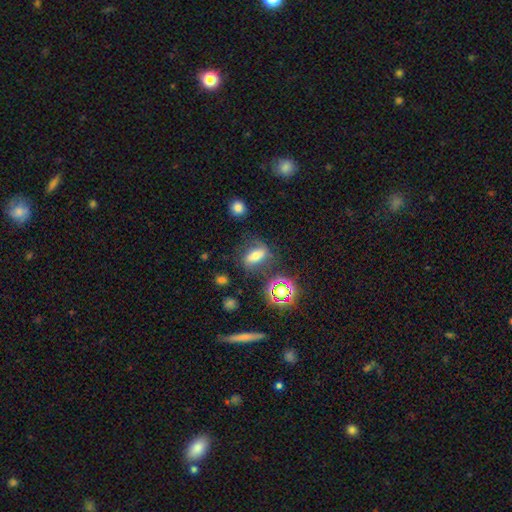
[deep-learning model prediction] Smooth or featured? Predicted: smooth (p=0.52). How rounded? Predicted: in between (p=0.74). Merging? Predicted: none (p=0.64).